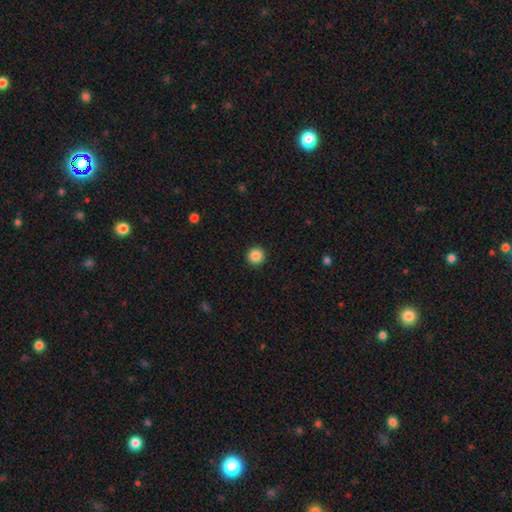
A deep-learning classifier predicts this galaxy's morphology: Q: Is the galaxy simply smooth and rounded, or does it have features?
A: smooth — 87%.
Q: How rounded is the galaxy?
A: round — 96%.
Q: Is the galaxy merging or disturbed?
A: none — 93%.